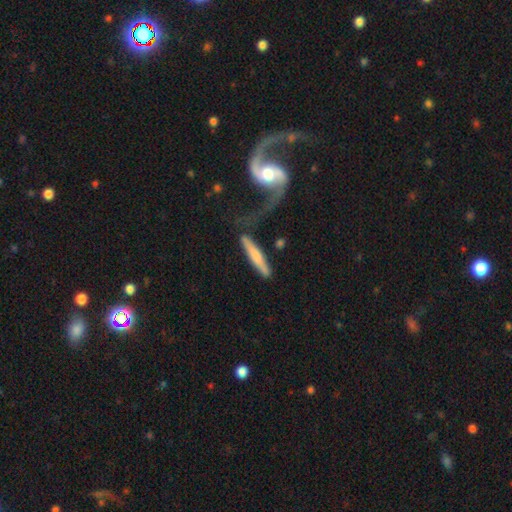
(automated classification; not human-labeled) Morphology: type=smooth (55%); roundness=cigar-shaped (89%); merging=none (58%).